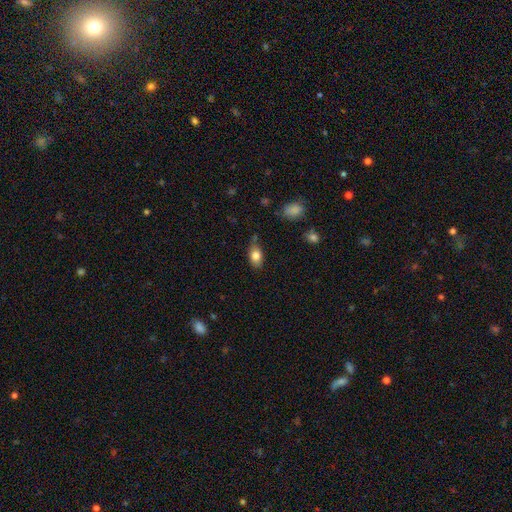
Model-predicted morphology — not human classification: smooth_or_featured: smooth (p=0.81) [alt: featured or disk p=0.10]
how_rounded: in between (p=0.86) [alt: round p=0.11]
merging: none (p=0.71) [alt: minor disturbance p=0.21]